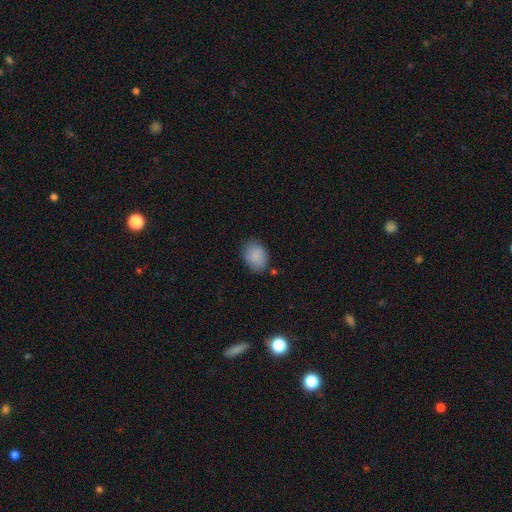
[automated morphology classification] A smooth galaxy with no disk features (87%) that is in between round and cigar-shaped (67%). Merging: none (77%).